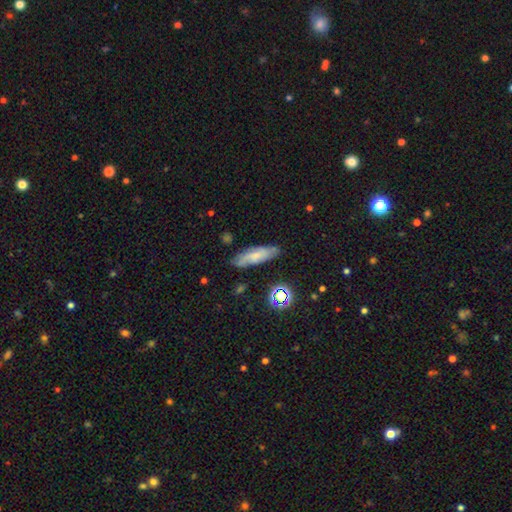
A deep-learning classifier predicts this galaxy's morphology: Overall: smooth (54%; featured or disk 34%). How rounded: in between (49%; cigar-shaped 48%). Merging: none (77%).